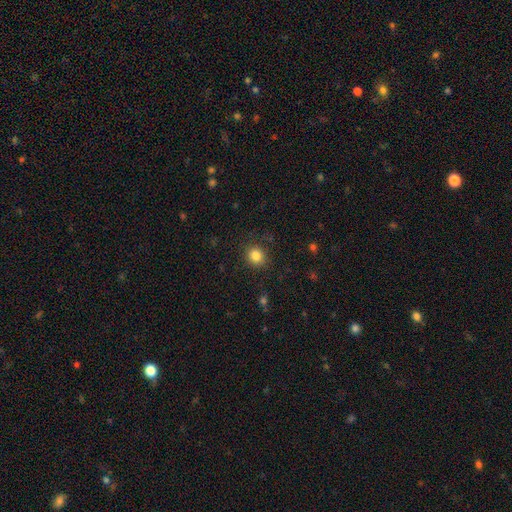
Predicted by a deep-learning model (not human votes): Smooth or featured? Predicted: smooth (p=0.84). How rounded? Predicted: round (p=0.81). Merging? Predicted: none (p=0.86).